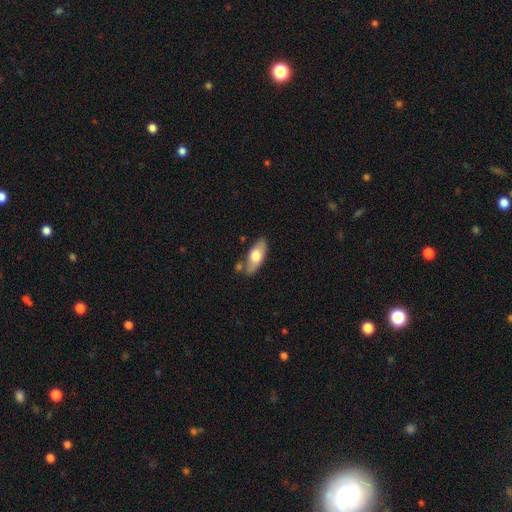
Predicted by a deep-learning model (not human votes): Q: Smooth or featured?
A: smooth (64%); runner-up: featured or disk (30%)
Q: How rounded?
A: in between (80%); runner-up: cigar-shaped (17%)
Q: Merging?
A: none (73%); runner-up: minor disturbance (16%)